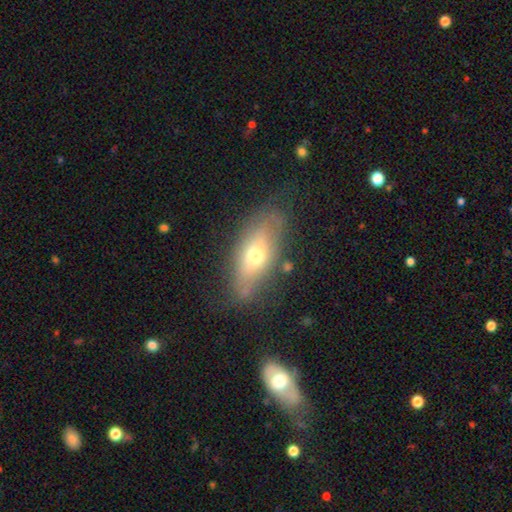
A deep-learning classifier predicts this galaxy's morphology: The model was most divided on "smooth or featured": smooth: 53%, featured or disk: 39%, star or artifact: 8%. More confident: how rounded — in between (73%); merging — none (68%).